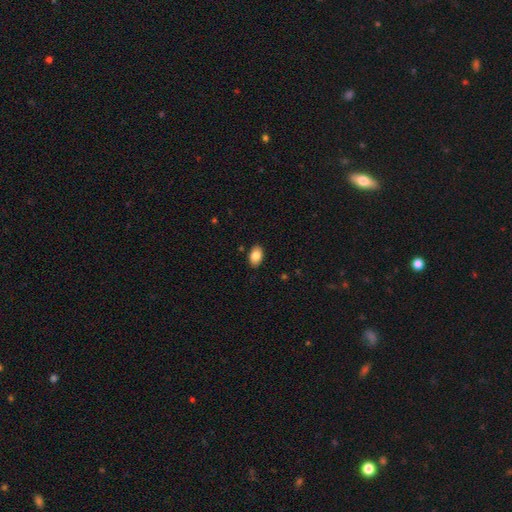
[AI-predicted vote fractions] Smooth or featured: smooth — 84% (featured or disk — 8%)
How rounded: in between — 88% (round — 10%)
Merging: none — 88% (minor disturbance — 9%)